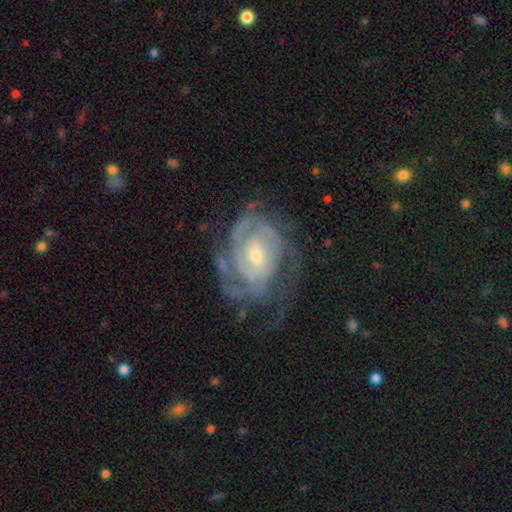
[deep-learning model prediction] A featured or disk galaxy (90%) with no bar (44%, tied with weak), 2 (30%) tight (65%) spiral arms (97%) and a moderate central bulge (48%).

Vote fractions:
- Smooth or featured? featured or disk: 90% / smooth: 5% / star or artifact: 5%
- Edge-on disk? no: 97% / yes: 3%
- Bar? no: 44% (tied) / weak: 44% (tied) / strong: 12%
- Spiral arms? yes: 97% / no: 3%
- Spiral winding? tight: 65% / medium: 29% / loose: 5%
- Spiral arm count? 2: 30% / 3: 25% / can't tell: 25% / 4: 10% / 1: 5% / more than 4: 5%
- Bulge size? moderate: 48% / small: 46% / large: 3% / none: 2% / dominant: 1%
- Merging? none: 63% / minor disturbance: 21% / major disturbance: 15% / merger: 2%